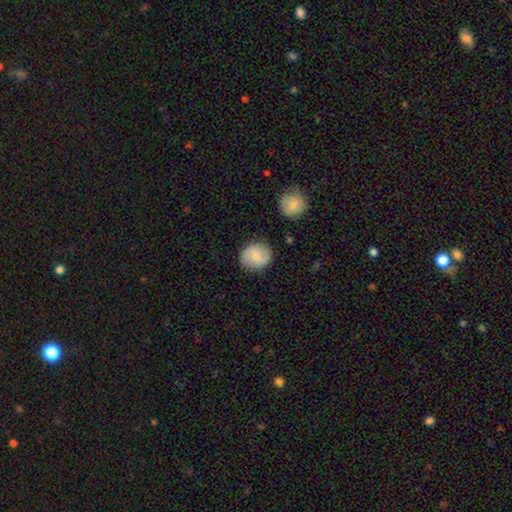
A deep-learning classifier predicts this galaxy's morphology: This is likely a smooth galaxy (62%). How rounded: likely round (74%). Merging: clearly none (82%).